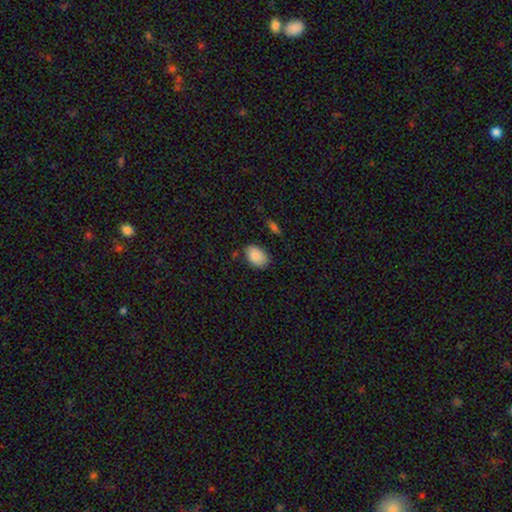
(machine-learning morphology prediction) type=smooth (88%); roundness=in between (84%); merging=none (74%).